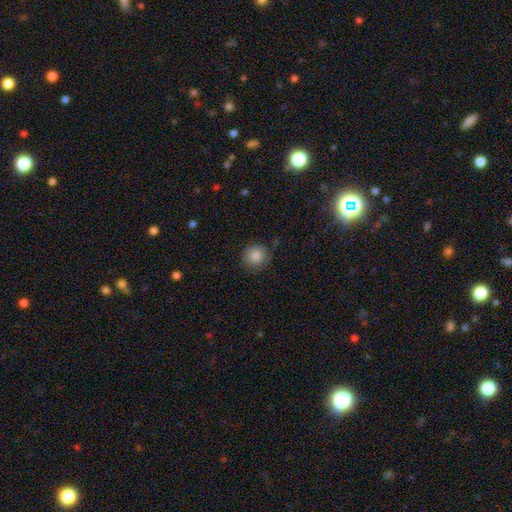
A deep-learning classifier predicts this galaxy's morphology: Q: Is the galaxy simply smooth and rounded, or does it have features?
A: smooth — 85%.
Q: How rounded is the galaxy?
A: round — 90%.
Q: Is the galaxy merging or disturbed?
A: none — 82%.